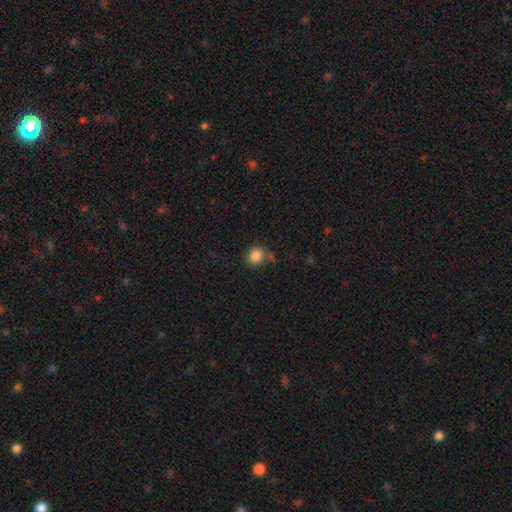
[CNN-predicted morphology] Overall: smooth (85%). How rounded: round (84%). Merging: none (69%).